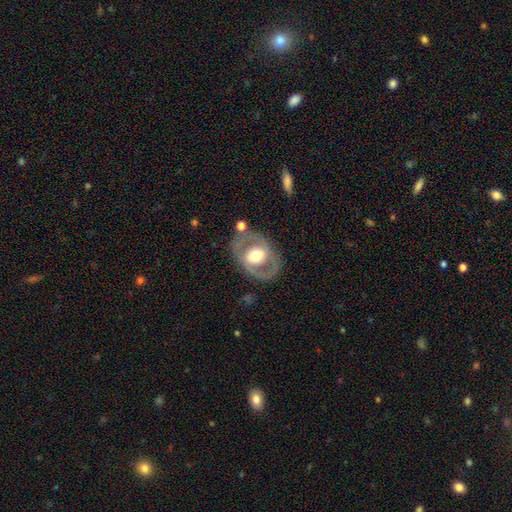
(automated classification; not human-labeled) Morphology: type=featured or disk (67%); edge-on=no (93%); bar=no (56%); spiral arms=no (56%); bulge=moderate (57%); merging=none (72%).